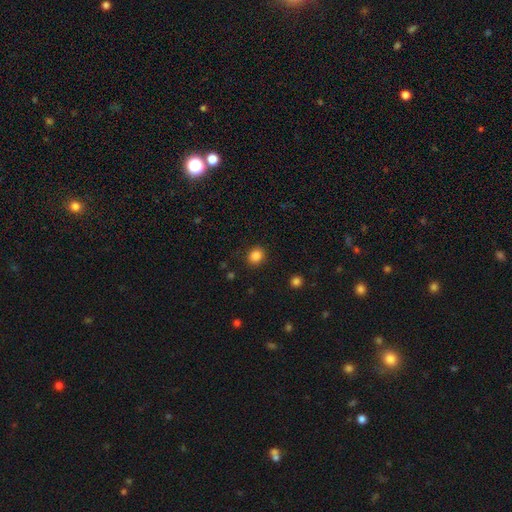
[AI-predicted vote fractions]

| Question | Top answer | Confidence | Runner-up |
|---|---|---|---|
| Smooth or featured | smooth | 85% | star or artifact (11%) |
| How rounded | round | 69% | in between (31%) |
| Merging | none | 88% | minor disturbance (8%) |